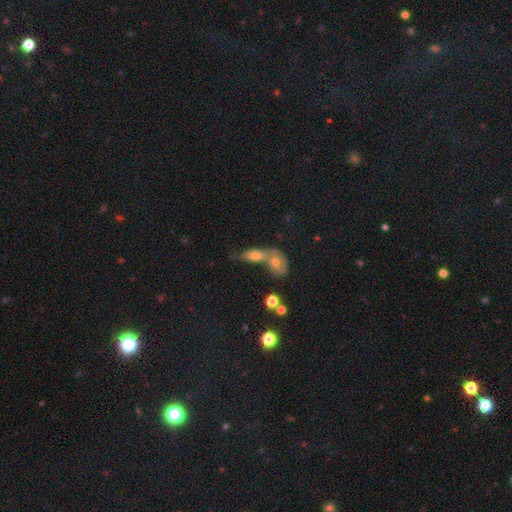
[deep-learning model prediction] This is possibly a smooth galaxy (56%). How rounded: likely in between (66%). Merging: possibly merger (58%).